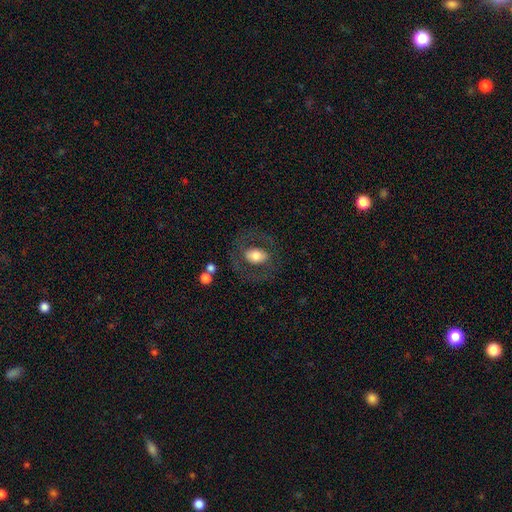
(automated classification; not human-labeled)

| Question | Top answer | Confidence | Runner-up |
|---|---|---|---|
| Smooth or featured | smooth | 52% | featured or disk (40%) |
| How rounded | in between | 71% | round (28%) |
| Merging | none | 73% | minor disturbance (13%) |